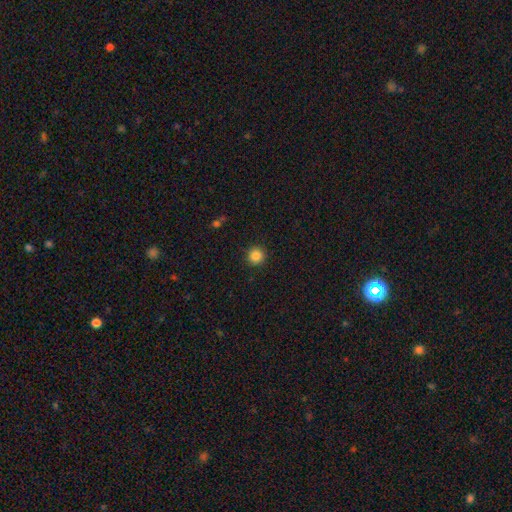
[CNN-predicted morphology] Q: Smooth or featured?
A: smooth (86%); runner-up: star or artifact (10%)
Q: How rounded?
A: round (95%); runner-up: in between (4%)
Q: Merging?
A: none (92%); runner-up: minor disturbance (5%)